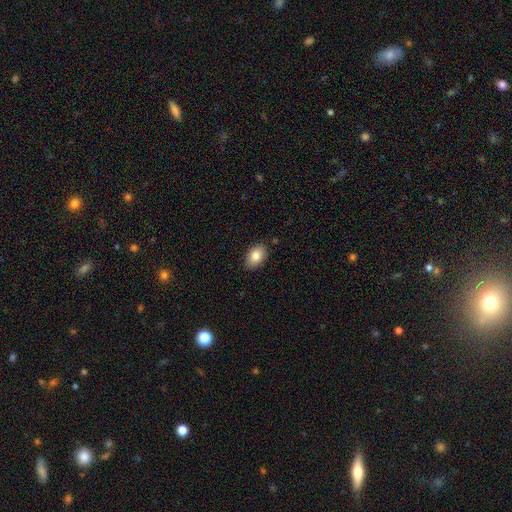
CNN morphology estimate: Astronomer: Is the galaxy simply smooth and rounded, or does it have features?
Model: smooth — 83%.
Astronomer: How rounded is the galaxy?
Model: in between — 88%.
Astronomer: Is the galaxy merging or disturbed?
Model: none — 87%.